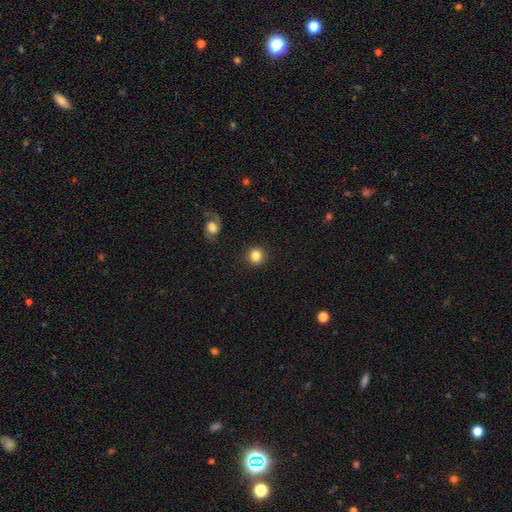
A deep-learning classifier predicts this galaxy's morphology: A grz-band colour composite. It shows a smooth galaxy with no disk features (84%) that is round (92%). Merging: none (91%).